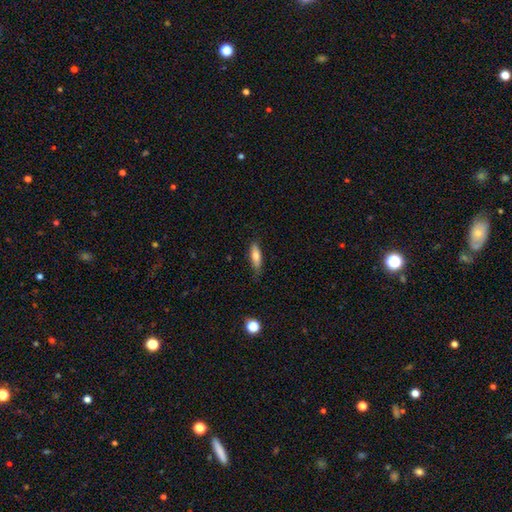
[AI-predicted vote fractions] A smooth galaxy with no disk features (77%) that is cigar-shaped (51%).

Vote fractions:
- Smooth or featured? smooth: 77% / featured or disk: 16% / star or artifact: 7%
- How rounded? cigar-shaped: 51% / in between: 47% / round: 2%
- Merging? none: 74% / minor disturbance: 20% / major disturbance: 4% / merger: 1%